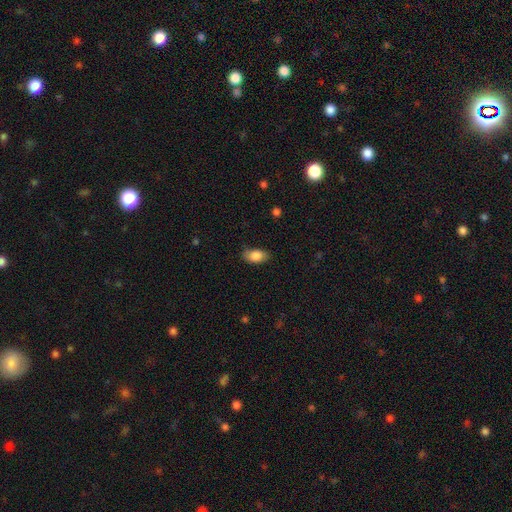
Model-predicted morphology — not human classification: smooth_or_featured: smooth (p=0.86) [alt: star or artifact p=0.07]
how_rounded: in between (p=0.90) [alt: round p=0.06]
merging: none (p=0.75) [alt: minor disturbance p=0.19]